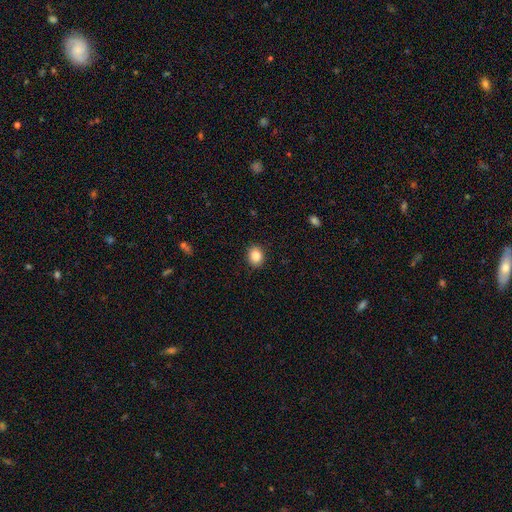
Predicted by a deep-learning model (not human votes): smooth 86%, star or artifact 9%, featured or disk 5%. Down the decision tree: how rounded — round (57%); merging — none (90%).